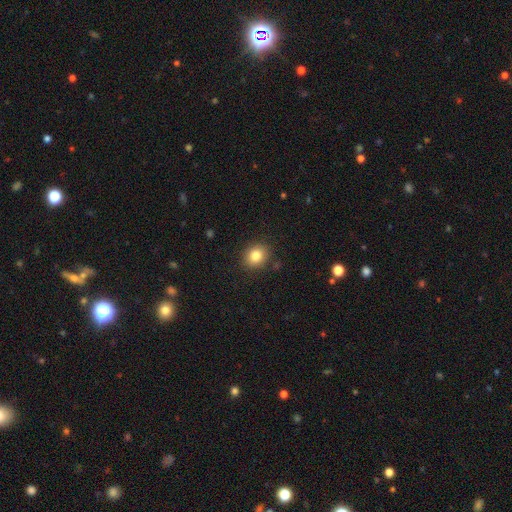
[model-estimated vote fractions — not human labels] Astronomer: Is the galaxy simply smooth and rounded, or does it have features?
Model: smooth — 83%.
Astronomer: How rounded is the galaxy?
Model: round — 66%.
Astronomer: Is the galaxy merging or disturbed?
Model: none — 87%.